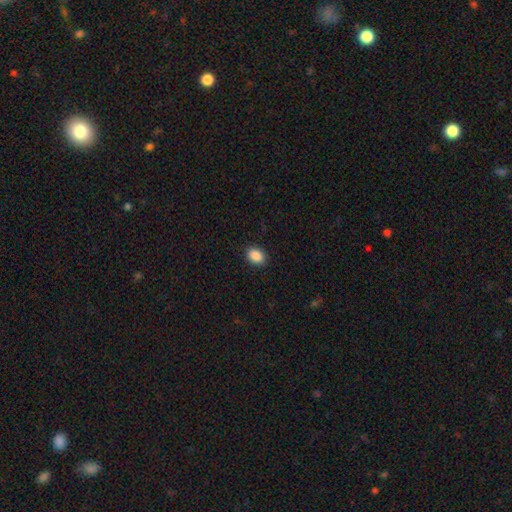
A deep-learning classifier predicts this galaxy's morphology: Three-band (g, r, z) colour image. It shows a smooth galaxy with no disk features (89%) that is in between round and cigar-shaped (74%). Merging: none (88%).